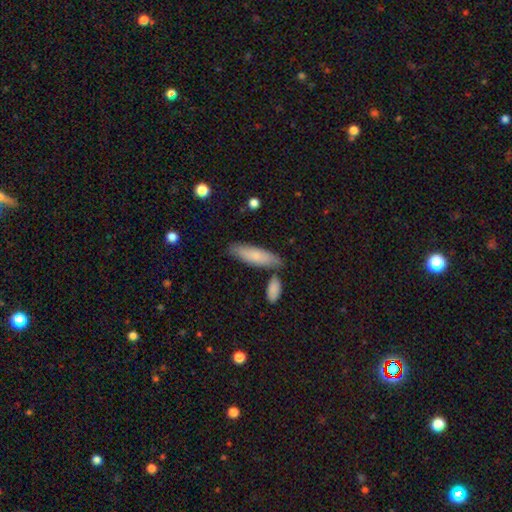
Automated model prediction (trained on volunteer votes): smooth-or-featured: smooth: 77% | featured or disk: 18% | star or artifact: 6%
  how-rounded: cigar-shaped: 52% | in between: 46% | round: 2%
  merging: none: 73% | minor disturbance: 14% | merger: 10% | major disturbance: 3%